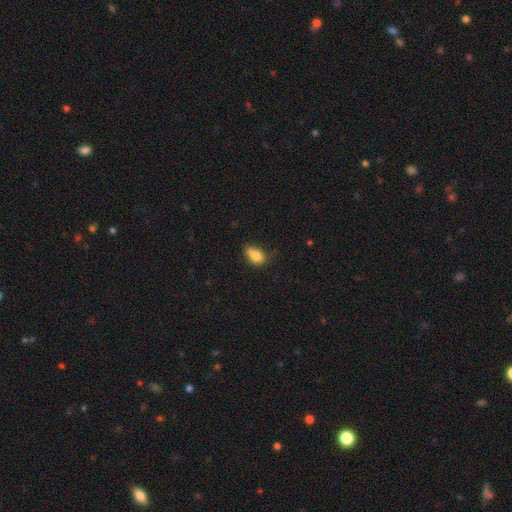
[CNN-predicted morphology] This is likely a smooth galaxy (79%). How rounded: likely in between (77%). Merging: marginally none (41%).